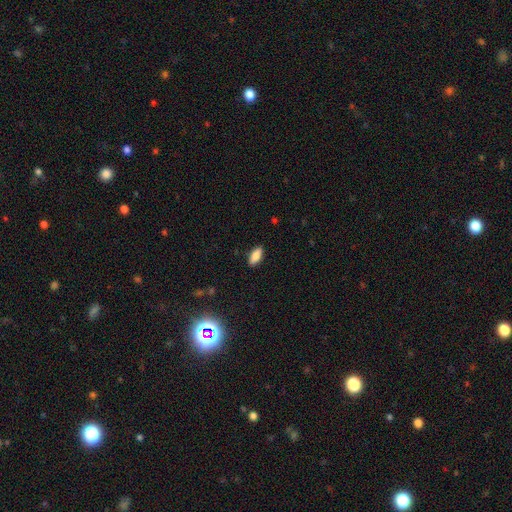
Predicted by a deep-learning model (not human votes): Morphology: type=smooth (84%); roundness=in between (82%); merging=none (88%).